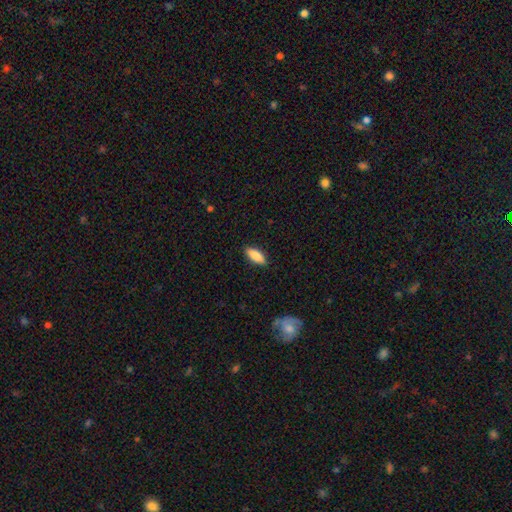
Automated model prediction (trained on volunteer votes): Q: Smooth or featured?
A: smooth (84%); runner-up: featured or disk (10%)
Q: How rounded?
A: in between (69%); runner-up: cigar-shaped (29%)
Q: Merging?
A: none (87%); runner-up: minor disturbance (10%)